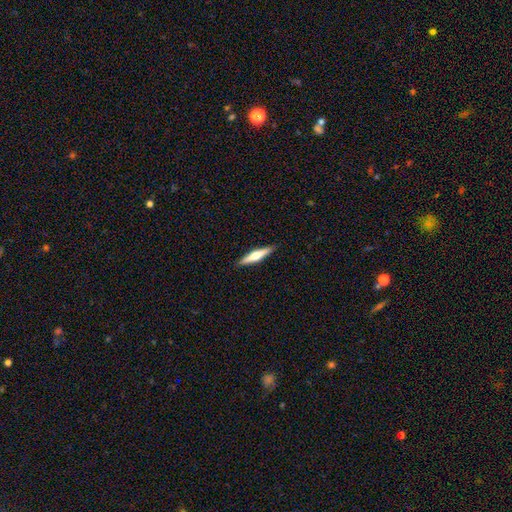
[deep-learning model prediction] Smooth or featured?
  - featured or disk: 54% *
  - smooth: 41%
  - star or artifact: 5%
Edge-on disk?
  - yes: 96% *
  - no: 4%
Edge-on bulge?
  - rounded: 89% *
  - none: 6%
  - boxy: 5%
Merging?
  - none: 90% *
  - minor disturbance: 7%
  - major disturbance: 1%
  - merger: 1%